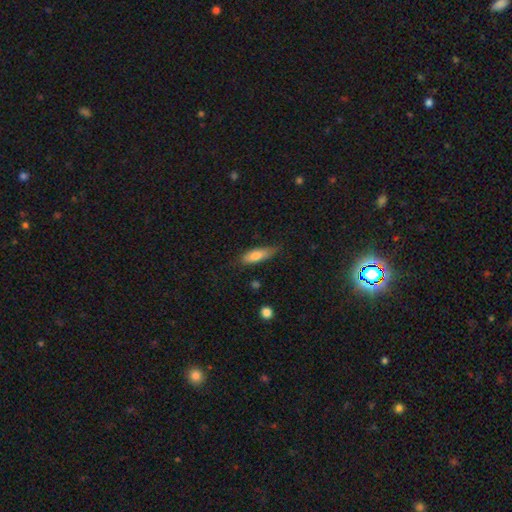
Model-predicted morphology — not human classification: Smooth or featured? Predicted: smooth (p=0.75). How rounded? Predicted: in between (p=0.52). Merging? Predicted: none (p=0.69).